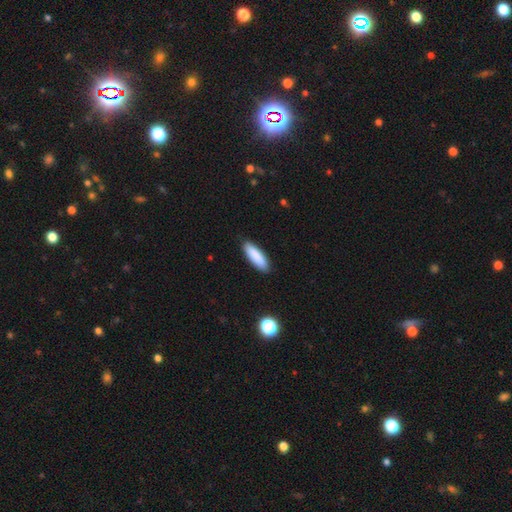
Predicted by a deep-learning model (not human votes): smooth 88%, featured or disk 6%, star or artifact 6%. Down the decision tree: how rounded — cigar-shaped (51%); merging — none (89%).